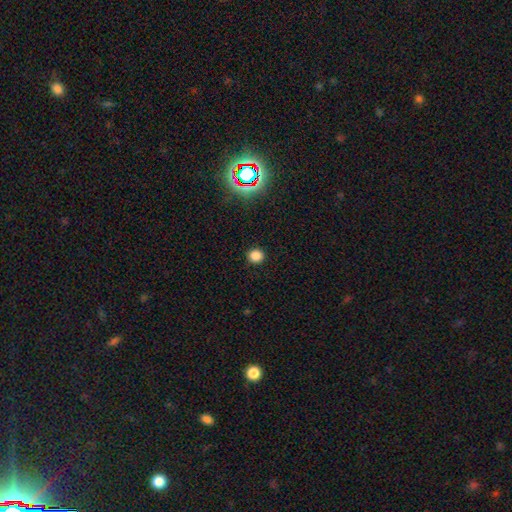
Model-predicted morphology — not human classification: Q: Smooth or featured?
A: smooth (83%); runner-up: star or artifact (14%)
Q: How rounded?
A: round (89%); runner-up: in between (10%)
Q: Merging?
A: none (91%); runner-up: minor disturbance (6%)